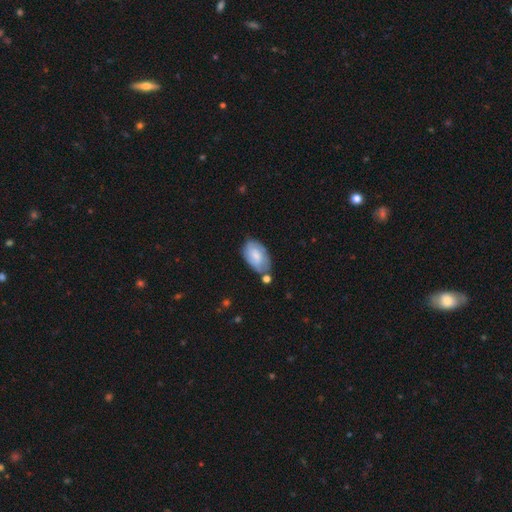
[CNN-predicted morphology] Q: Smooth or featured?
A: smooth (63%); runner-up: featured or disk (31%)
Q: How rounded?
A: in between (93%); runner-up: round (5%)
Q: Merging?
A: none (59%); runner-up: minor disturbance (25%)